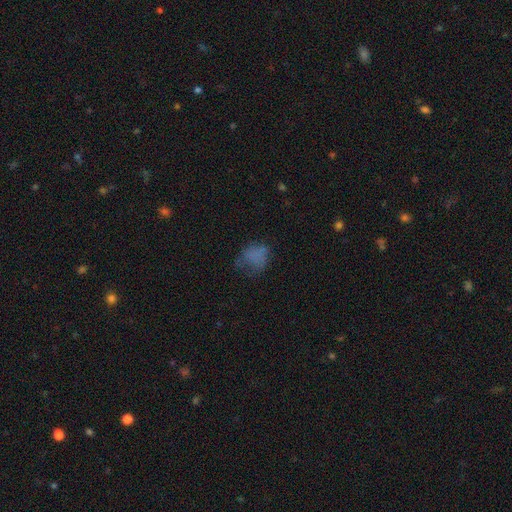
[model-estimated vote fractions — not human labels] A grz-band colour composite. It shows a smooth galaxy with no disk features (65%) that is in between round and cigar-shaped (50%). Merging: none (43%).